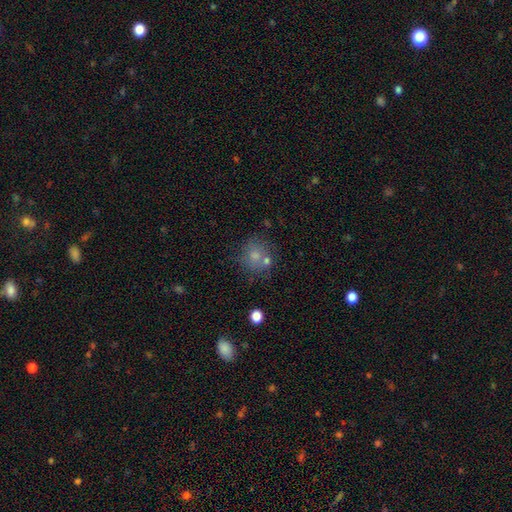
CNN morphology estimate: A smooth galaxy with no disk features (60%) that is round (86%). Merging: none (68%).